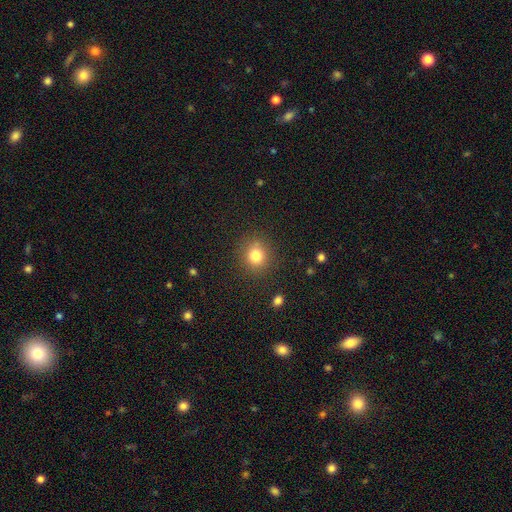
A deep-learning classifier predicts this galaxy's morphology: Smooth or featured? smooth (80%)
How rounded? round (85%)
Merging? none (86%)